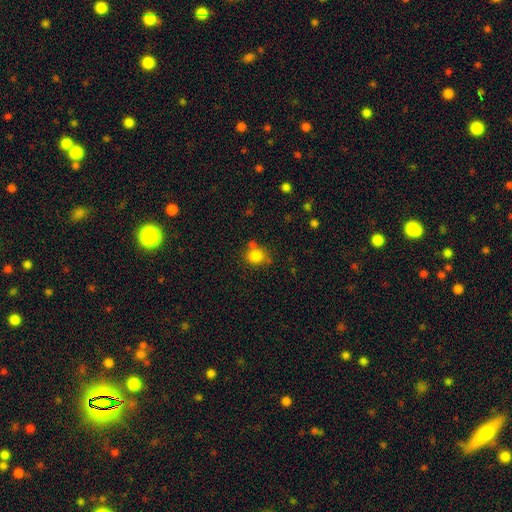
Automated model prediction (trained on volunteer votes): Smooth or featured? Predicted: smooth (p=0.83). How rounded? Predicted: round (p=0.76). Merging? Predicted: none (p=0.62).